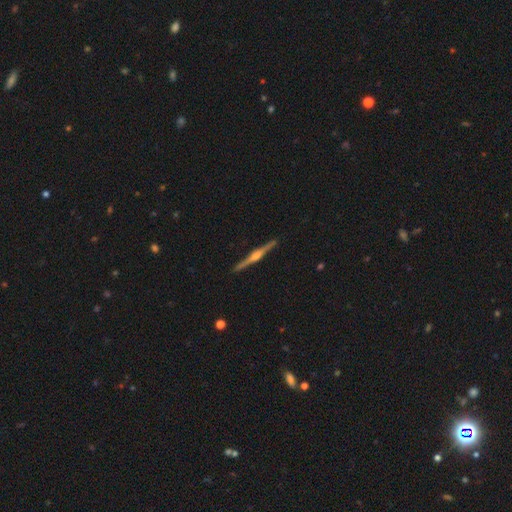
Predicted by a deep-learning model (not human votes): The model was most divided on "edge-on bulge": rounded: 85%, boxy: 10%, none: 5%. More confident: edge-on disk — yes (99%); merging — none (93%); smooth or featured — featured or disk (86%).